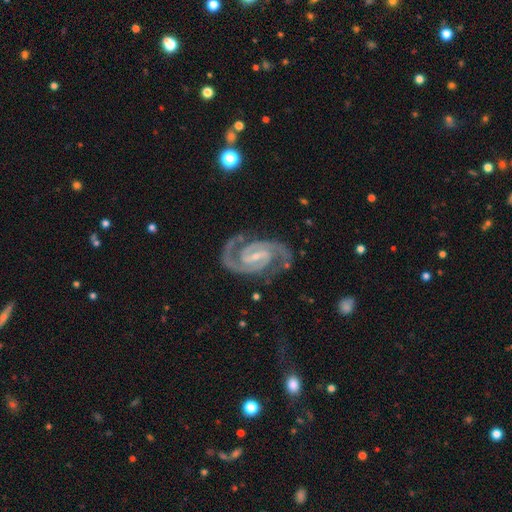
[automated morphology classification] Q: Smooth or featured?
A: featured or disk (94%); runner-up: star or artifact (4%)
Q: Edge-on disk?
A: no (98%); runner-up: yes (2%)
Q: Bar?
A: weak (43%); runner-up: strong (40%)
Q: Spiral arms?
A: yes (99%); runner-up: no (1%)
Q: Spiral winding?
A: tight (48%); runner-up: medium (46%)
Q: Spiral arm count?
A: 2 (93%); runner-up: 3 (2%)
Q: Bulge size?
A: small (72%); runner-up: moderate (17%)
Q: Merging?
A: none (79%); runner-up: minor disturbance (15%)